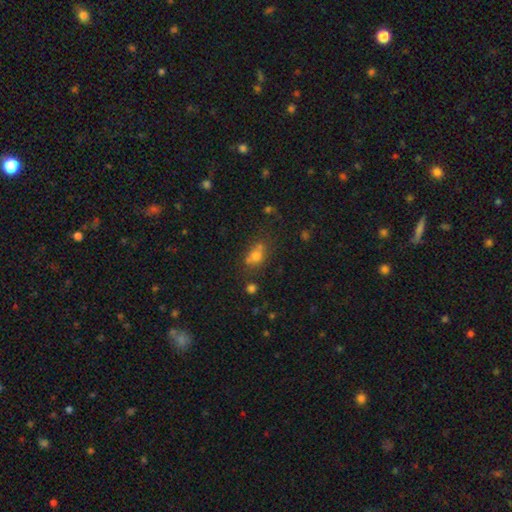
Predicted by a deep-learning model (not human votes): smooth-or-featured: smooth: 65% | star or artifact: 19% | featured or disk: 16%
  how-rounded: in between: 57% | round: 38% | cigar-shaped: 4%
  merging: none: 51% | merger: 24% | minor disturbance: 18% | major disturbance: 8%